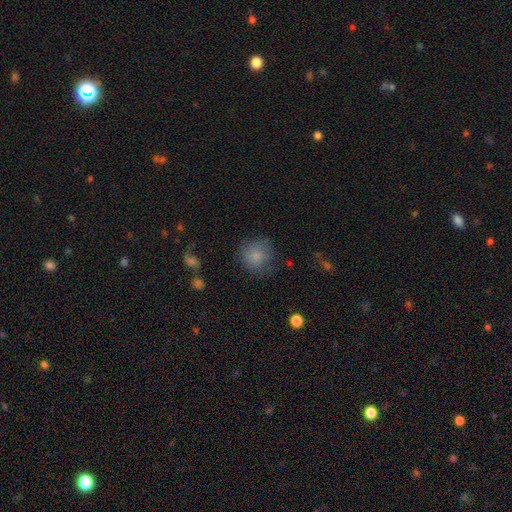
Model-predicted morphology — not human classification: Q: Smooth or featured?
A: smooth (78%); runner-up: featured or disk (12%)
Q: How rounded?
A: round (86%); runner-up: in between (13%)
Q: Merging?
A: none (65%); runner-up: minor disturbance (22%)